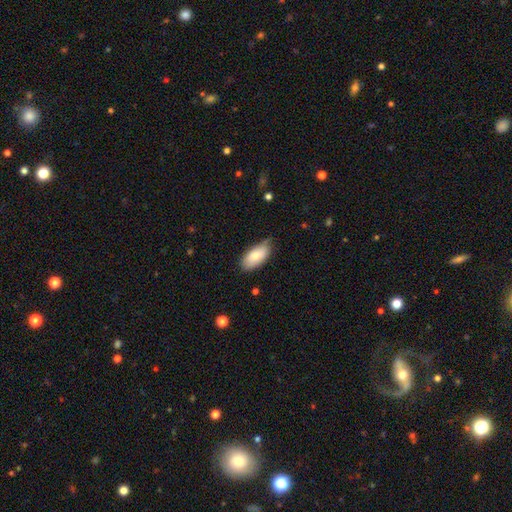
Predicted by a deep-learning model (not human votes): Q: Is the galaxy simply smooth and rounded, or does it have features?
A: smooth — 79%.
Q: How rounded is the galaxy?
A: in between — 93%.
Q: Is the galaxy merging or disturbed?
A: none — 70%.